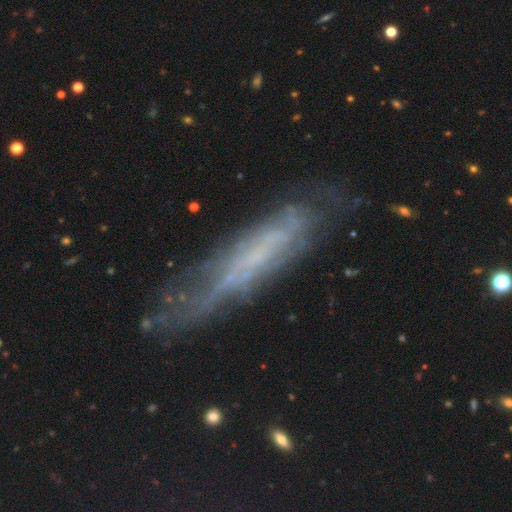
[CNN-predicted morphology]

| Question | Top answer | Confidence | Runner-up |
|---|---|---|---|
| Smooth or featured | featured or disk | 60% | smooth (26%) |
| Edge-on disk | yes | 53% | no (47%) |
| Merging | none | 57% | minor disturbance (25%) |